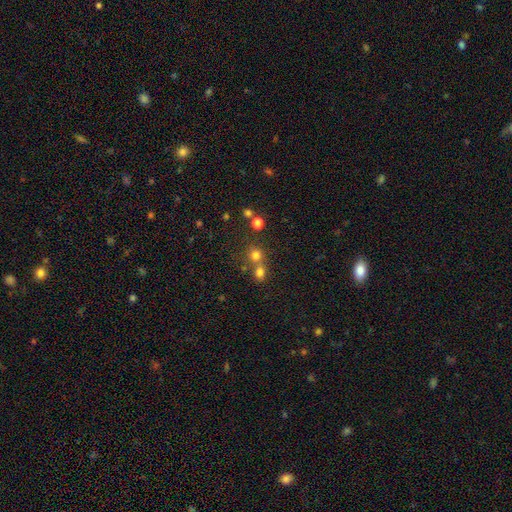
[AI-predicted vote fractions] A smooth galaxy with no disk features (71%) that is round (84%). Merging: none (48%).